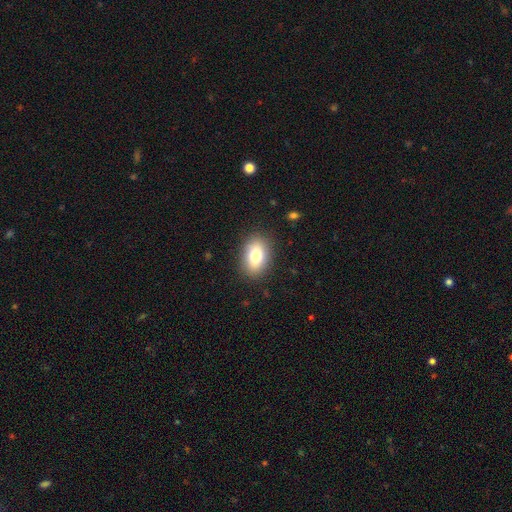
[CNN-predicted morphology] smooth_or_featured: smooth (p=0.80) [alt: featured or disk p=0.12]
how_rounded: in between (p=0.85) [alt: round p=0.13]
merging: none (p=0.87) [alt: minor disturbance p=0.09]